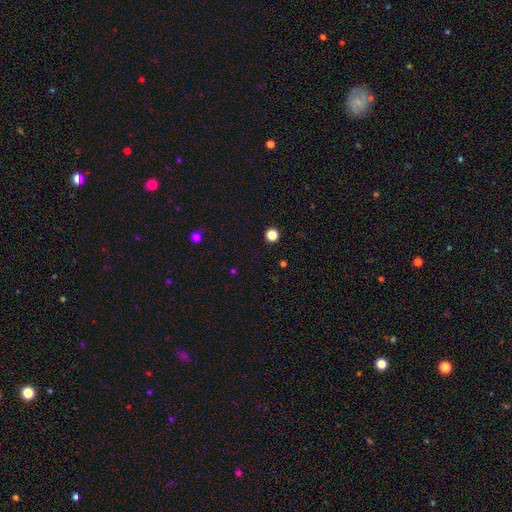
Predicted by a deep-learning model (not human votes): smooth-or-featured: smooth: 54% | star or artifact: 41% | featured or disk: 5%
  how-rounded: round: 89% | in between: 9% | cigar-shaped: 1%
  merging: none: 88% | minor disturbance: 6% | major disturbance: 3% | merger: 2%